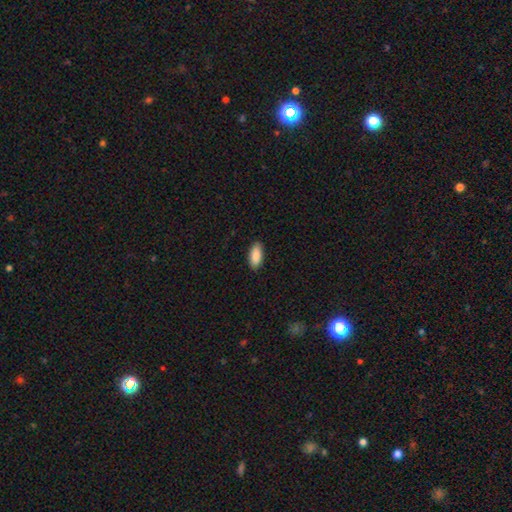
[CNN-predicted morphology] type=smooth (89%); roundness=in between (88%); merging=none (90%).